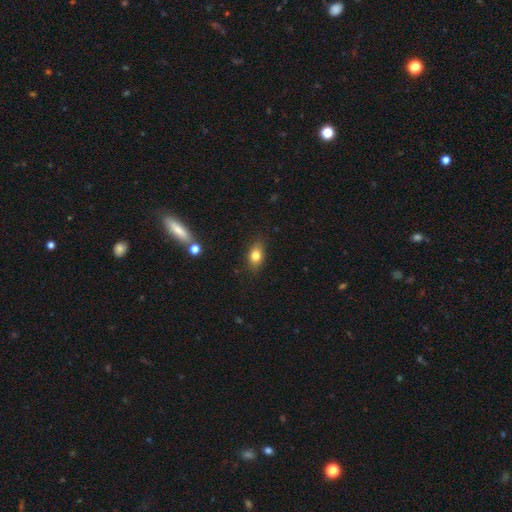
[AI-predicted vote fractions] A smooth galaxy with no disk features (79%) that is in between round and cigar-shaped (79%). Merging: none (82%).